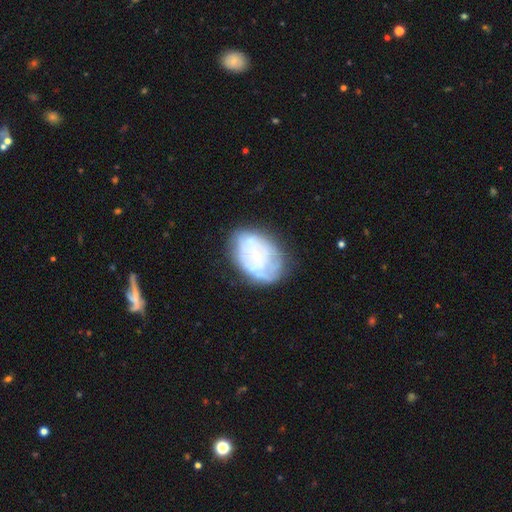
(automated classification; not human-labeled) smooth_or_featured: featured or disk (p=0.55) [alt: smooth p=0.36]
disk_edge_on: no (p=0.97) [alt: yes p=0.03]
bar: no (p=0.83) [alt: weak p=0.13]
has_spiral_arms: no (p=0.60) [alt: yes p=0.40]
bulge_size: small (p=0.54) [alt: none p=0.31]
merging: none (p=0.60) [alt: minor disturbance p=0.25]